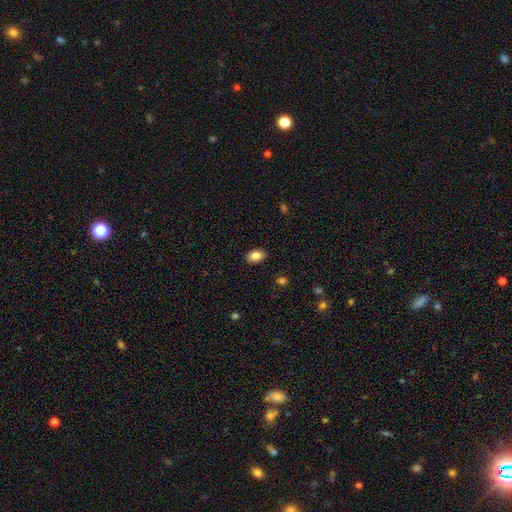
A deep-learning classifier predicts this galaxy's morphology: Smooth or featured? Predicted: smooth (p=0.85). How rounded? Predicted: in between (p=0.85). Merging? Predicted: none (p=0.88).